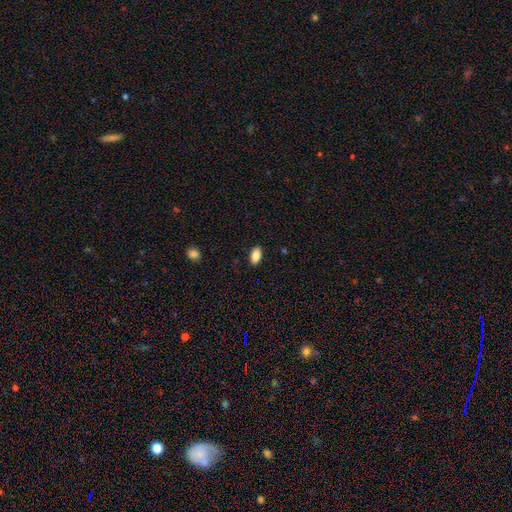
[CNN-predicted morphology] Smooth or featured? Predicted: smooth (p=0.87). How rounded? Predicted: in between (p=0.93). Merging? Predicted: none (p=0.89).